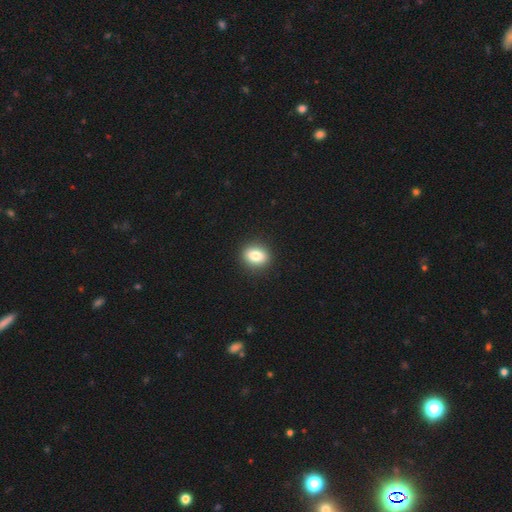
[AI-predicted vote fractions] This appears to be a smooth galaxy with no disk features (82%) that is in between round and cigar-shaped (52%). Merging: none (91%).